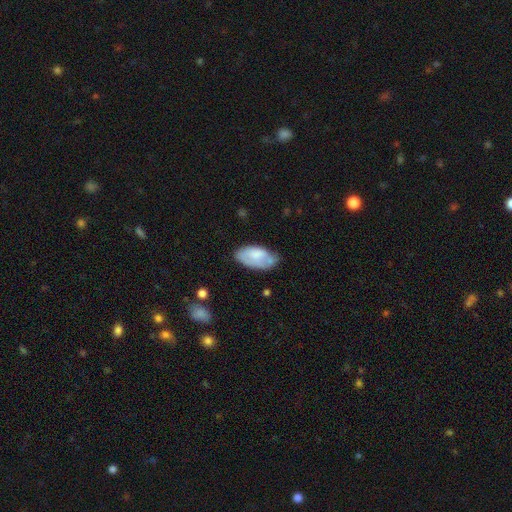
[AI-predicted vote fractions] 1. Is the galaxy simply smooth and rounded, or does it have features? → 68% smooth, 26% featured or disk, 7% star or artifact.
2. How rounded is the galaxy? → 94% in between, 3% cigar-shaped, 3% round.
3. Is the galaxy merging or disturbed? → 49% none, 34% minor disturbance, 11% major disturbance, 6% merger.